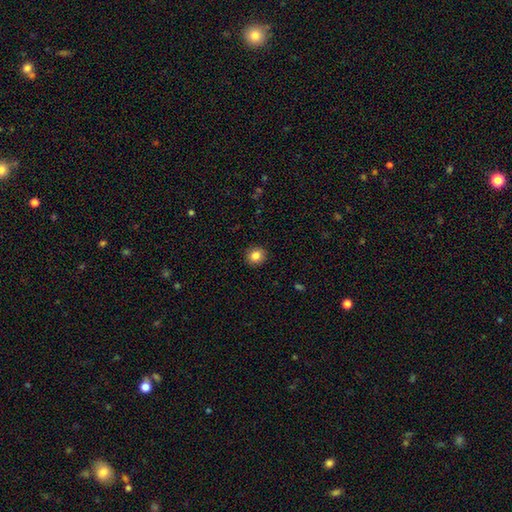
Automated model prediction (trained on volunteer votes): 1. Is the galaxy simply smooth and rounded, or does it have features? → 84% smooth, 10% star or artifact, 6% featured or disk.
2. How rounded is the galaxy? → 90% round, 9% in between, 1% cigar-shaped.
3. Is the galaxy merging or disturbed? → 92% none, 5% minor disturbance, 2% major disturbance, 1% merger.